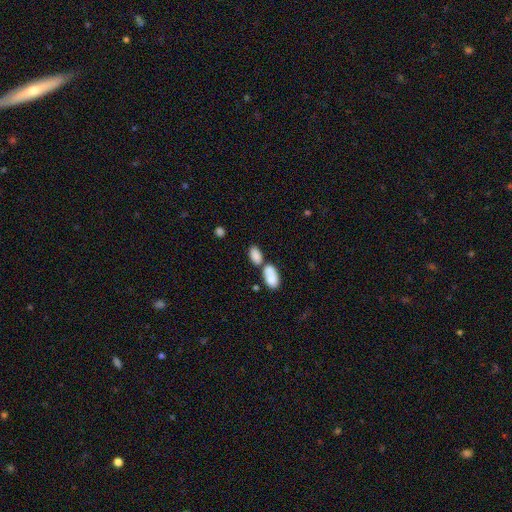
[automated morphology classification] A smooth galaxy with no disk features (84%) that is in between round and cigar-shaped (90%). Merging: merger (51%).